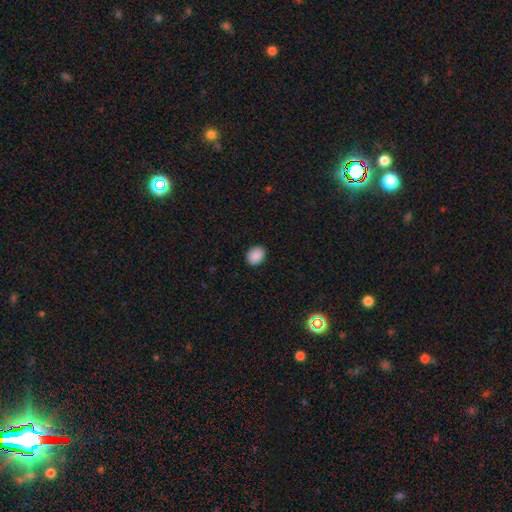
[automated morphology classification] The model was most divided on "how rounded": in between: 54%, round: 45%, cigar-shaped: 1%. More confident: smooth or featured — smooth (89%); merging — none (89%).